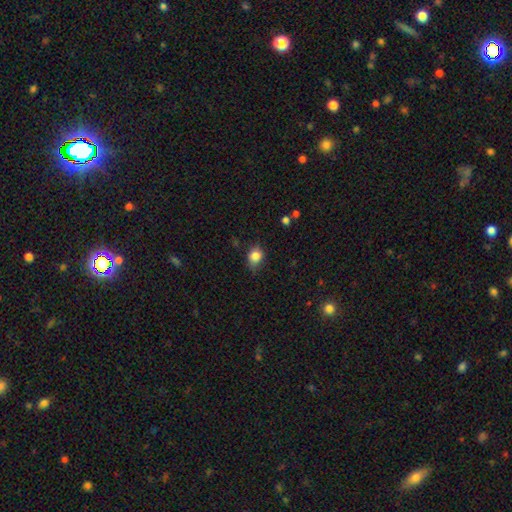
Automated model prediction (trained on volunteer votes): Smooth or featured: smooth — 82% (star or artifact — 10%)
How rounded: in between — 52% (round — 47%)
Merging: none — 61% (minor disturbance — 30%)